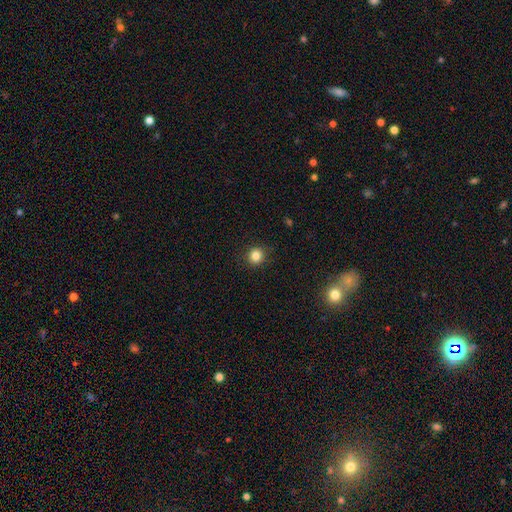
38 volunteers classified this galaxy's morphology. smooth-or-featured: smooth: 92% | star or artifact: 8% | featured or disk: 0%
  how-rounded: round: 91% | in between: 6% | cigar-shaped: 3%
  merging: none: 86% | minor disturbance: 11% | major disturbance: 3% | merger: 0%